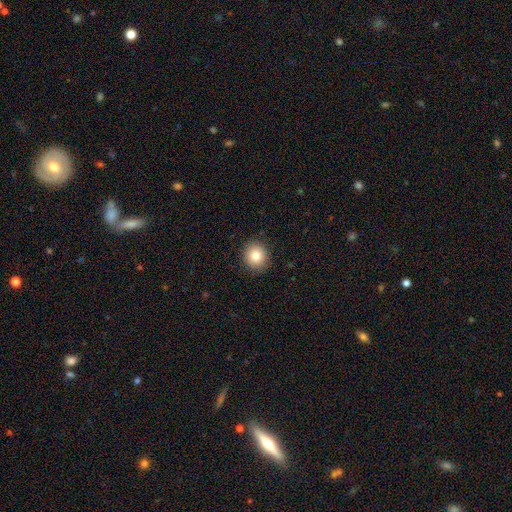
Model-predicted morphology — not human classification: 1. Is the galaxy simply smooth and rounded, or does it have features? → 83% smooth, 10% star or artifact, 7% featured or disk.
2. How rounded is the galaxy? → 81% round, 18% in between, 1% cigar-shaped.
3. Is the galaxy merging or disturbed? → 90% none, 7% minor disturbance, 2% major disturbance, 1% merger.